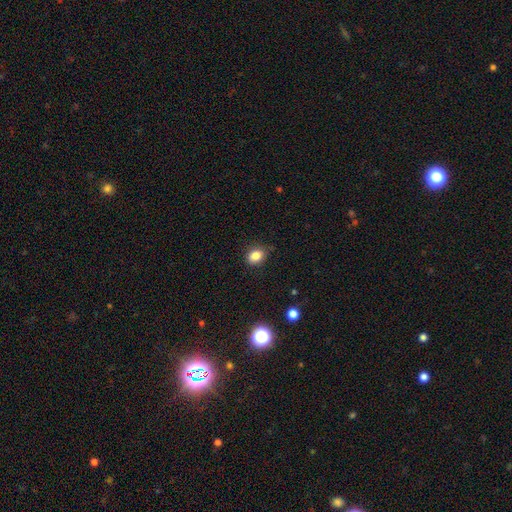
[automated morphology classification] This appears to be a smooth galaxy with no disk features (83%) that is in between round and cigar-shaped (56%). Merging: none (79%).